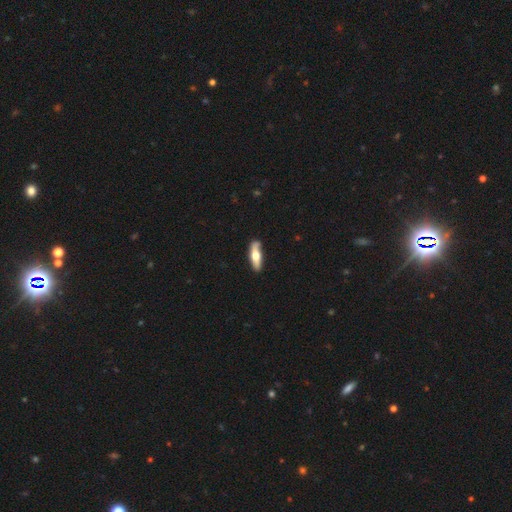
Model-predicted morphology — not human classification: The model was most divided on "smooth or featured": smooth: 52%, featured or disk: 44%, star or artifact: 5%. More confident: merging — none (80%); how rounded — cigar-shaped (53%).